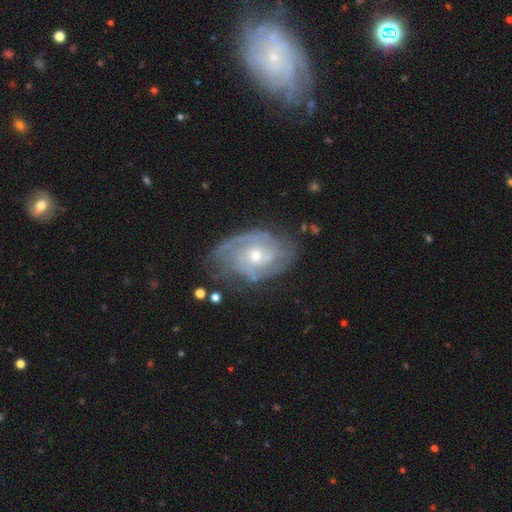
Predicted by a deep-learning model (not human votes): smooth-or-featured: featured or disk: 85% | smooth: 10% | star or artifact: 5%
  disk-edge-on: no: 97% | yes: 3%
    bar: no: 66% | weak: 29% | strong: 5%
    has-spiral-arms: yes: 94% | no: 6%
      spiral-winding: tight: 57% | medium: 34% | loose: 9%
      spiral-arm-count: 2: 45% | can't tell: 26% | 3: 16% | 1: 5% | 4: 5% | more than 4: 4%
    bulge-size: moderate: 50% | small: 46% | large: 2% | none: 1% | dominant: 1%
  merging: none: 66% | minor disturbance: 23% | major disturbance: 9% | merger: 2%